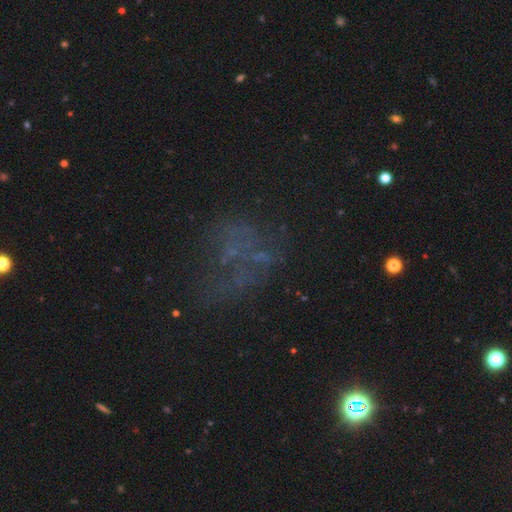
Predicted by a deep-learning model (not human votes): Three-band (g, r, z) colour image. It shows a star or artifact, not a galaxy (41%).